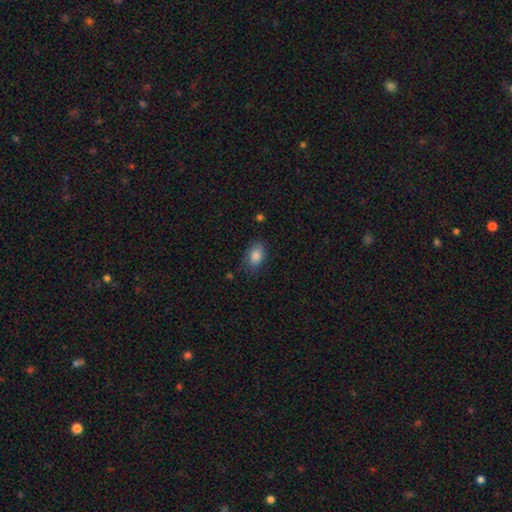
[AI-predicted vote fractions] The model was most divided on "merging": none: 74%, minor disturbance: 20%, major disturbance: 5%, merger: 2%. More confident: smooth or featured — smooth (86%); how rounded — in between (85%).